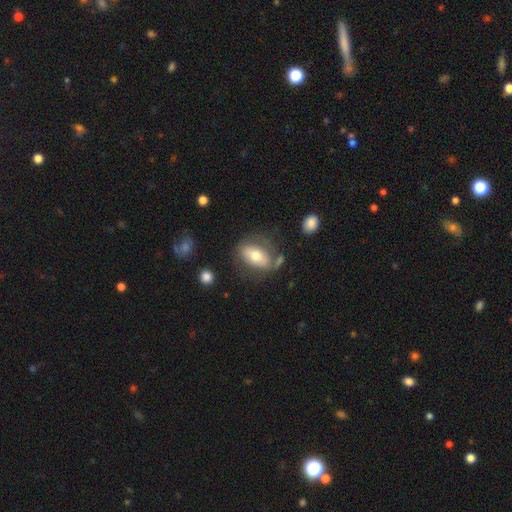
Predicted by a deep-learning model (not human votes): A smooth galaxy with no disk features (60%) that is in between round and cigar-shaped (85%). Merging: none (57%).